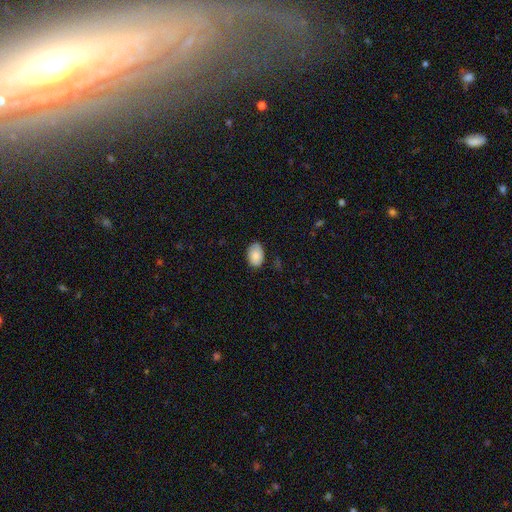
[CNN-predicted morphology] Smooth or featured?
  - smooth: 86% *
  - featured or disk: 8%
  - star or artifact: 7%
How rounded?
  - in between: 89% *
  - round: 10%
  - cigar-shaped: 1%
Merging?
  - none: 81% *
  - minor disturbance: 15%
  - major disturbance: 2%
  - merger: 1%